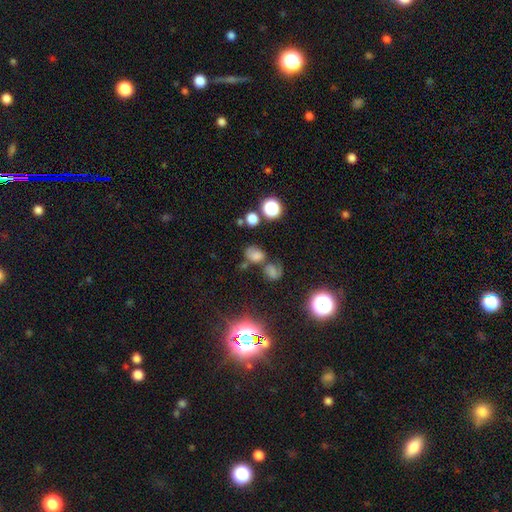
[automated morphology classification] smooth_or_featured: smooth (p=0.59) [alt: star or artifact p=0.24]
how_rounded: in between (p=0.56) [alt: round p=0.43]
merging: none (p=0.44) [alt: merger p=0.28]